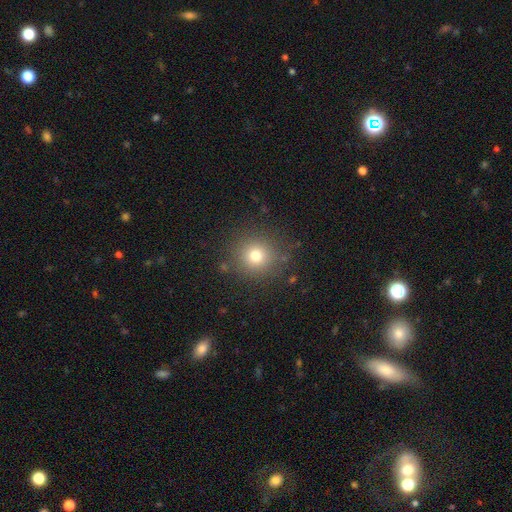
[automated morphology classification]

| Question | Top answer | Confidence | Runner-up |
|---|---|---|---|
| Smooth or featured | smooth | 75% | star or artifact (15%) |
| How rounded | round | 92% | in between (7%) |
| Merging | none | 86% | minor disturbance (8%) |